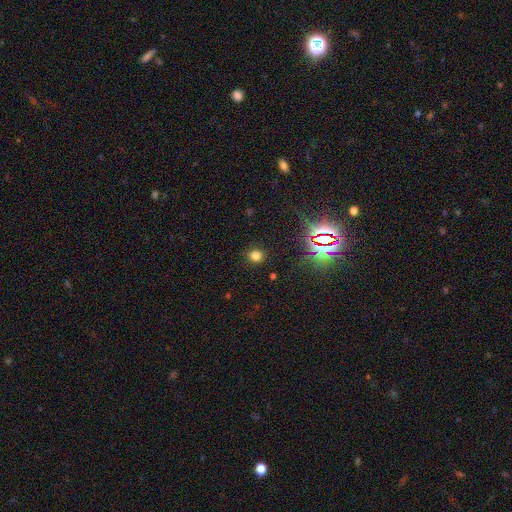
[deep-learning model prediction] Smooth or featured? Predicted: smooth (p=0.72). How rounded? Predicted: round (p=0.84). Merging? Predicted: none (p=0.87).